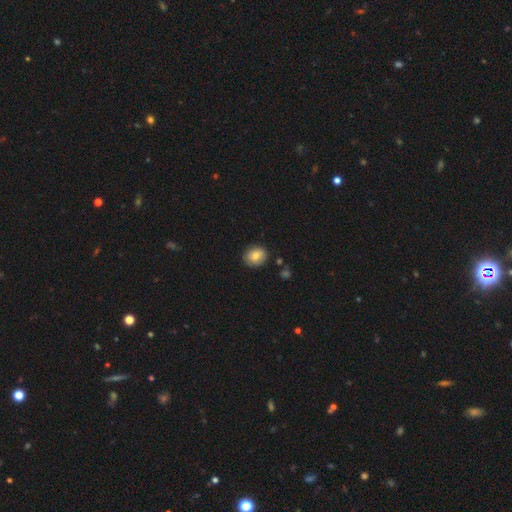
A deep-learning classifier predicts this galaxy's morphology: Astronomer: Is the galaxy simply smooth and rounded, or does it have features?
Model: smooth — 75%.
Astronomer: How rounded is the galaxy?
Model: round — 70%.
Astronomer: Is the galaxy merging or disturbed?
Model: none — 83%.